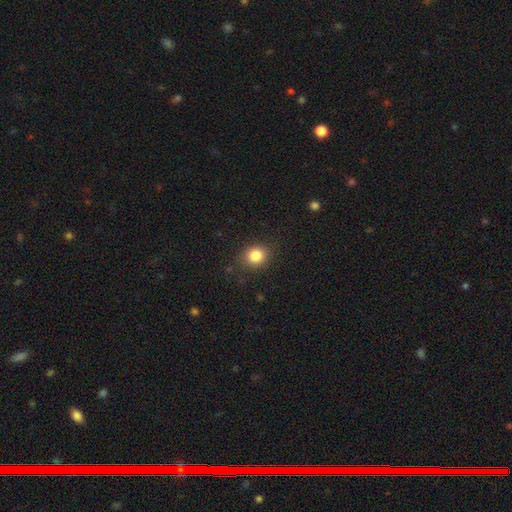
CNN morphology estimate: Smooth or featured? smooth (84%)
How rounded? round (76%)
Merging? none (86%)